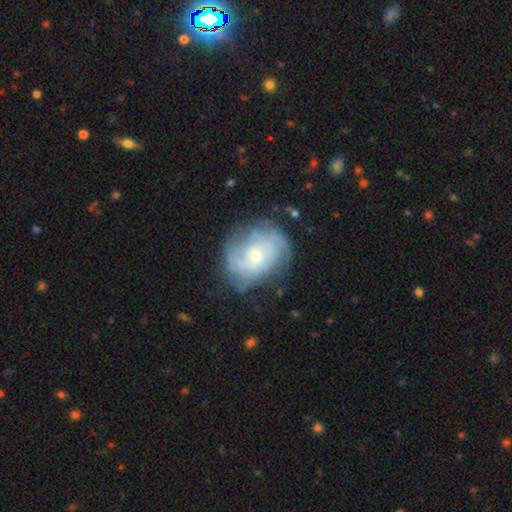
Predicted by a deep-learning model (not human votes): A featured or disk galaxy (74%) with no bar (75%), tight (56%) spiral arms (89%) and a small central bulge (64%).

Vote fractions:
- Smooth or featured? featured or disk: 74% / smooth: 19% / star or artifact: 7%
- Edge-on disk? no: 97% / yes: 3%
- Bar? no: 75% / weak: 22% / strong: 3%
- Spiral arms? yes: 89% / no: 11%
- Spiral winding? tight: 56% / medium: 32% / loose: 12%
- Spiral arm count? can't tell: 43% / 2: 24% / 3: 15% / 4: 8% / 1: 5% / more than 4: 5%
- Bulge size? small: 64% / moderate: 30% / large: 2% / none: 2% / dominant: 1%
- Merging? none: 68% / minor disturbance: 21% / major disturbance: 10% / merger: 2%